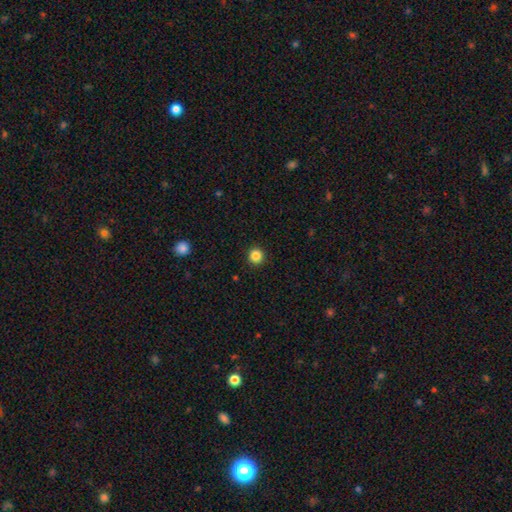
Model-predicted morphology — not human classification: Smooth or featured?
  - smooth: 86% *
  - star or artifact: 11%
  - featured or disk: 3%
How rounded?
  - round: 94% *
  - in between: 5%
  - cigar-shaped: 1%
Merging?
  - none: 93% *
  - minor disturbance: 4%
  - major disturbance: 2%
  - merger: 1%